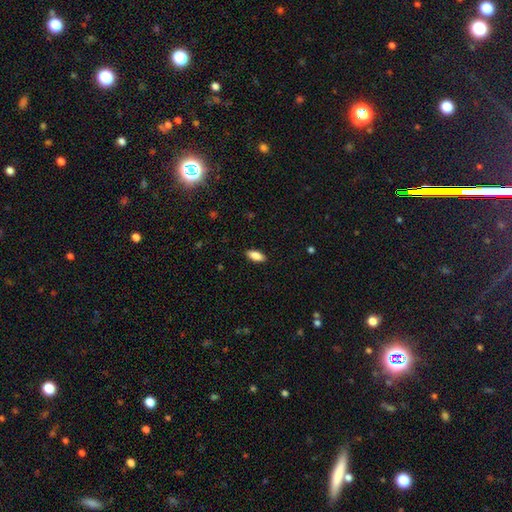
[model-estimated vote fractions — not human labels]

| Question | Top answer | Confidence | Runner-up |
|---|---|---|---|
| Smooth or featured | smooth | 85% | featured or disk (8%) |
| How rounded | in between | 85% | cigar-shaped (13%) |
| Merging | none | 88% | minor disturbance (9%) |